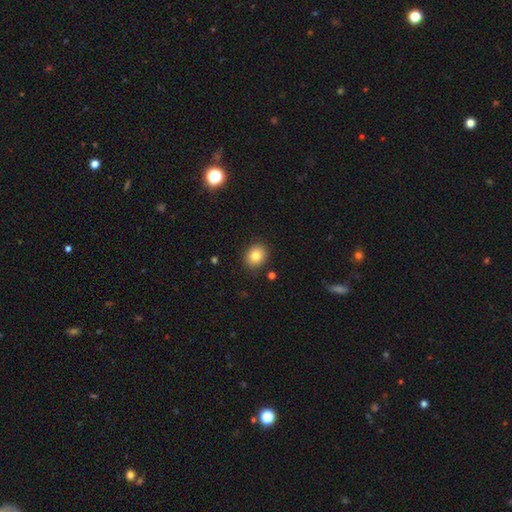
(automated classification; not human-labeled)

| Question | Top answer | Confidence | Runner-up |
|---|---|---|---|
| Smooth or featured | smooth | 82% | star or artifact (10%) |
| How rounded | round | 62% | in between (37%) |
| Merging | none | 89% | minor disturbance (8%) |